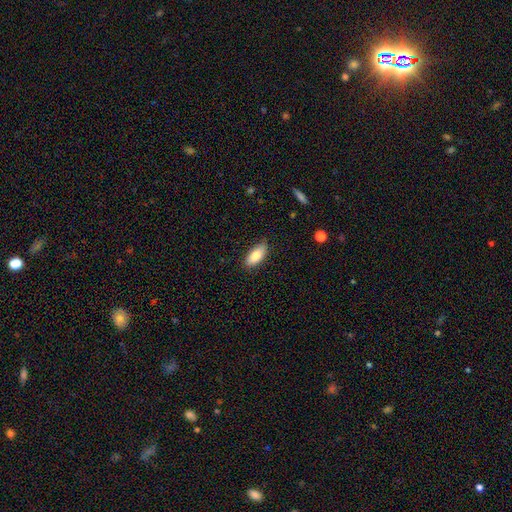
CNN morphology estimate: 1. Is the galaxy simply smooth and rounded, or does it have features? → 82% smooth, 11% featured or disk, 7% star or artifact.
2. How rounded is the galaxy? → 84% in between, 14% cigar-shaped, 2% round.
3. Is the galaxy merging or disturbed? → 82% none, 15% minor disturbance, 2% major disturbance, 1% merger.